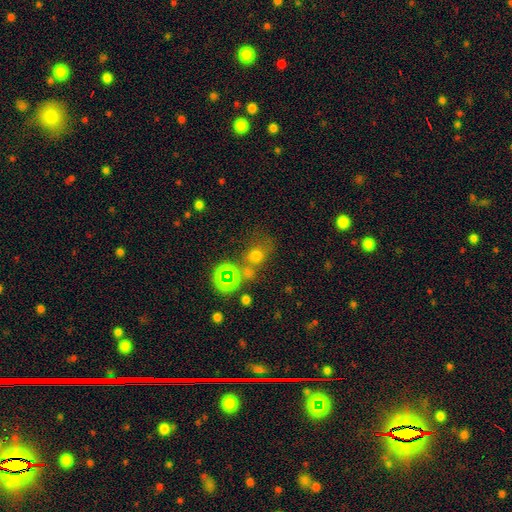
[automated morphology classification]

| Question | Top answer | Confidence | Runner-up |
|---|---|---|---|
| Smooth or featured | smooth | 62% | star or artifact (27%) |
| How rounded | round | 72% | in between (26%) |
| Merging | none | 56% | merger (22%) |